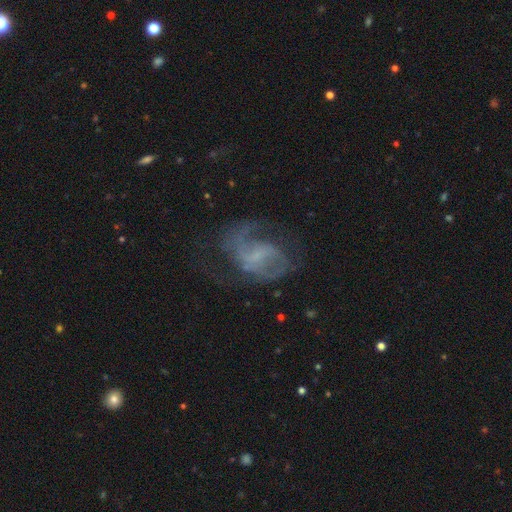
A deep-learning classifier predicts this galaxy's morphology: featured or disk 76%, smooth 13%, star or artifact 11%. Down the decision tree: edge-on disk — no (97%); bar — weak (47%); spiral arms — yes (86%); spiral arm count — 2 (66%); spiral winding — medium (47%); bulge size — small (43%); merging — none (53%).